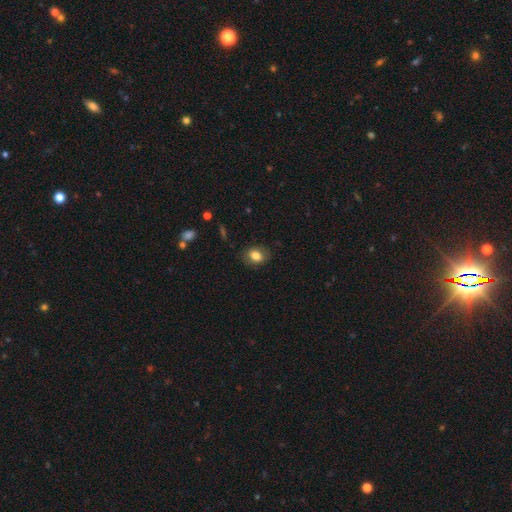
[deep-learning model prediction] This appears to be a smooth galaxy with no disk features (81%) that is in between round and cigar-shaped (57%). Merging: none (84%).